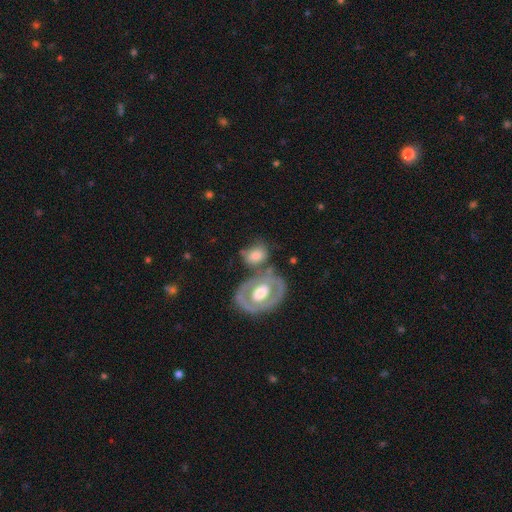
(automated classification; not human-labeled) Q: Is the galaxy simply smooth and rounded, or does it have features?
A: smooth — 55%.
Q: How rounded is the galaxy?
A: in between — 62%.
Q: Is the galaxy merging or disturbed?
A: none — 48%.